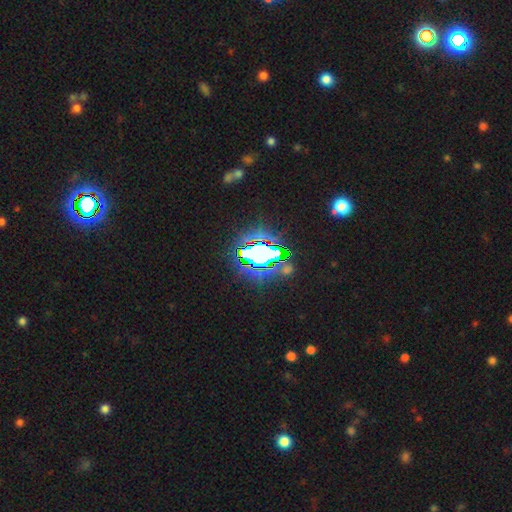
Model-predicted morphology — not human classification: smooth-or-featured: star or artifact: 78% | smooth: 12% | featured or disk: 10%